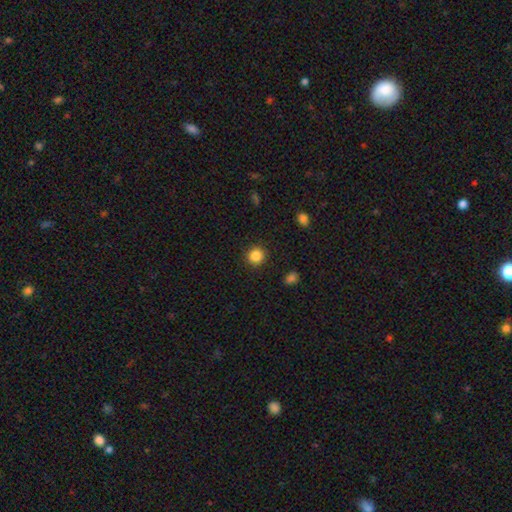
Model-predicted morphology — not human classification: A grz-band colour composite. It shows a smooth galaxy with no disk features (86%) that is round (92%). Merging: none (91%).